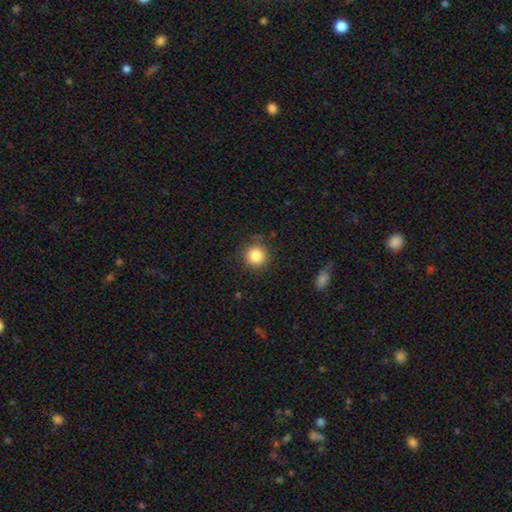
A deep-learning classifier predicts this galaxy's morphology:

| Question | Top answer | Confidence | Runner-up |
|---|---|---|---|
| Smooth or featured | smooth | 85% | star or artifact (10%) |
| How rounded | round | 93% | in between (6%) |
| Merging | none | 85% | minor disturbance (10%) |